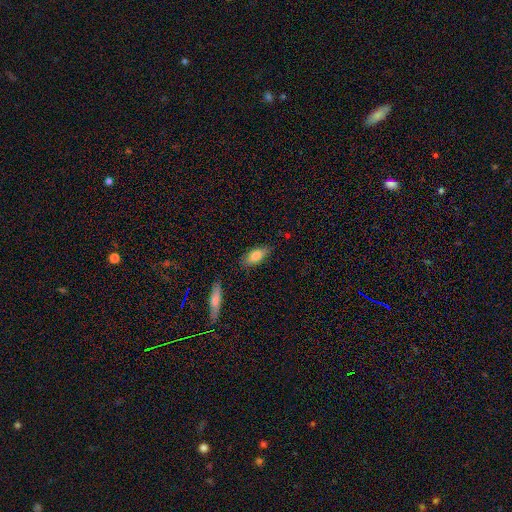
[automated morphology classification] Smooth or featured?
  - smooth: 79% *
  - featured or disk: 14%
  - star or artifact: 7%
How rounded?
  - in between: 79% *
  - cigar-shaped: 18%
  - round: 3%
Merging?
  - none: 79% *
  - minor disturbance: 15%
  - major disturbance: 3%
  - merger: 3%